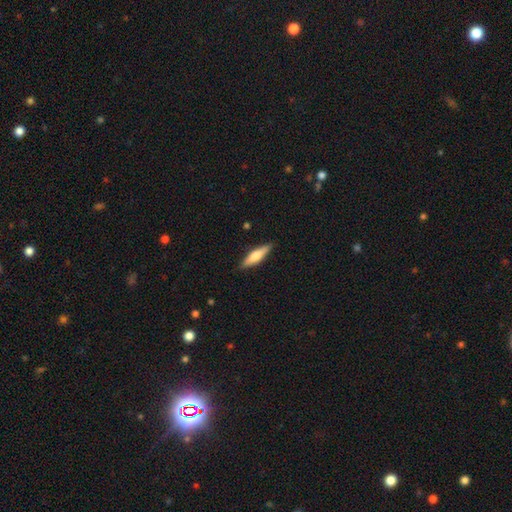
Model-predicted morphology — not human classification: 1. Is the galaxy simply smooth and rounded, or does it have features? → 59% smooth, 36% featured or disk, 6% star or artifact.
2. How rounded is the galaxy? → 70% cigar-shaped, 28% in between, 2% round.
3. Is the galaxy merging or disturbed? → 88% none, 9% minor disturbance, 2% major disturbance, 1% merger.